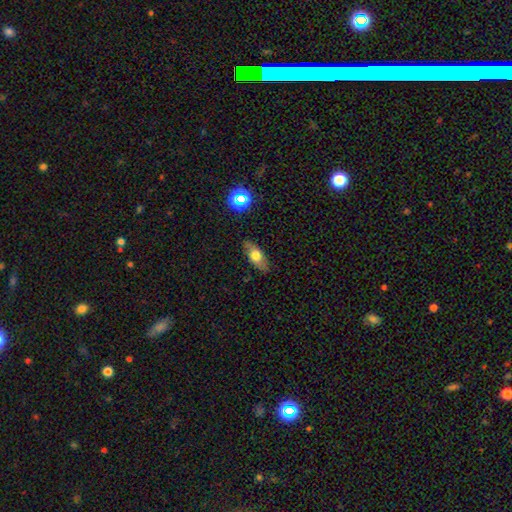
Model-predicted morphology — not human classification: Smooth or featured: smooth — 63% (featured or disk — 28%)
How rounded: in between — 80% (cigar-shaped — 12%)
Merging: none — 81% (minor disturbance — 14%)